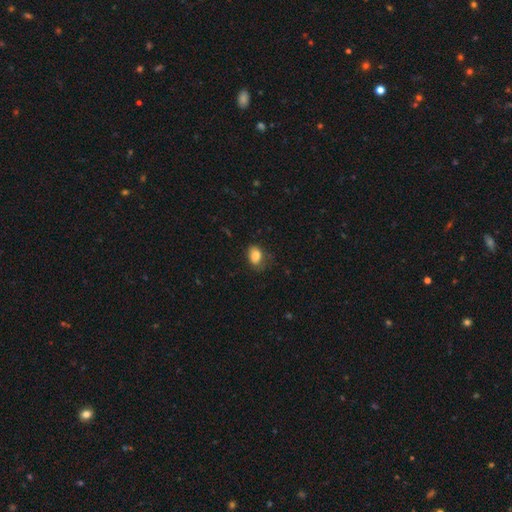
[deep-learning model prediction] The model was most divided on "merging": none: 60%, minor disturbance: 28%, major disturbance: 11%, merger: 2%. More confident: smooth or featured — smooth (85%); how rounded — in between (80%).